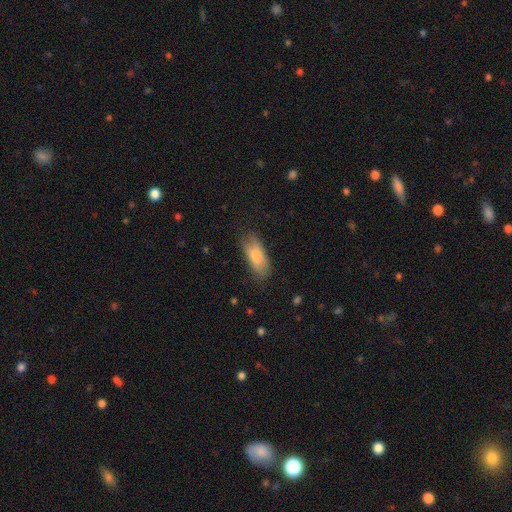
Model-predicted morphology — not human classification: Overall: smooth (78%). How rounded: in between (79%). Merging: none (73%).